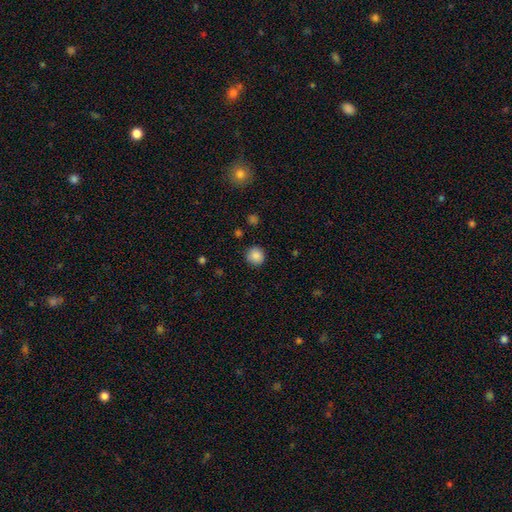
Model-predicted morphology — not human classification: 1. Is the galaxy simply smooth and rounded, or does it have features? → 87% smooth, 9% star or artifact, 3% featured or disk.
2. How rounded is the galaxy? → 92% round, 7% in between, 1% cigar-shaped.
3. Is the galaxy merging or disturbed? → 89% none, 8% minor disturbance, 2% major disturbance, 1% merger.